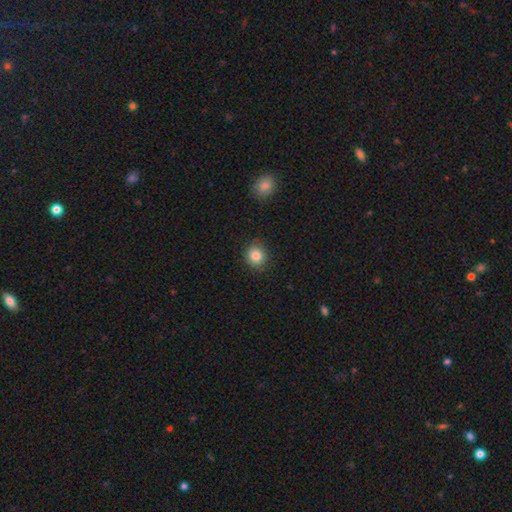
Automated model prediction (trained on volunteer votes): Q: Smooth or featured?
A: smooth (85%); runner-up: star or artifact (10%)
Q: How rounded?
A: round (86%); runner-up: in between (13%)
Q: Merging?
A: none (87%); runner-up: minor disturbance (9%)